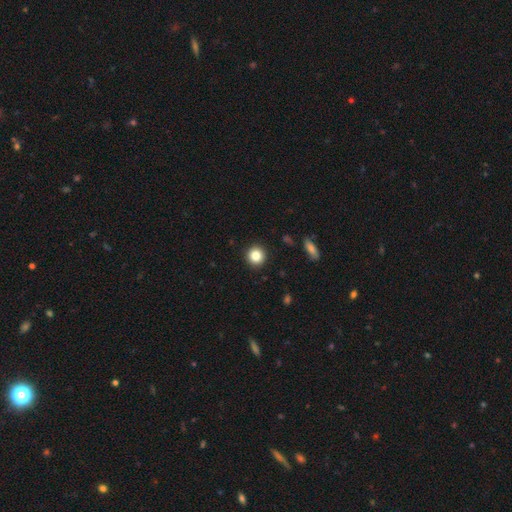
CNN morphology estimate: Q: Smooth or featured?
A: smooth (84%); runner-up: star or artifact (11%)
Q: How rounded?
A: round (94%); runner-up: in between (5%)
Q: Merging?
A: none (92%); runner-up: minor disturbance (5%)